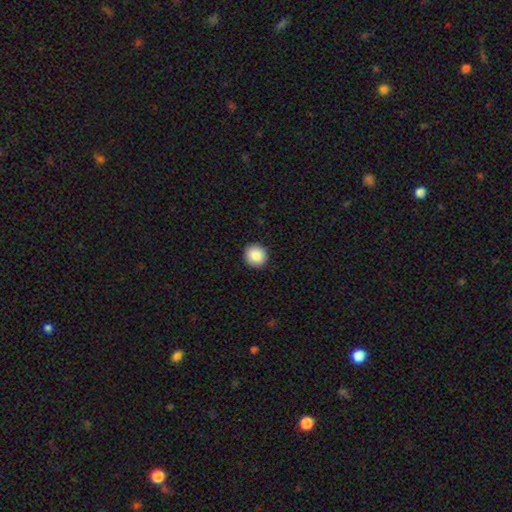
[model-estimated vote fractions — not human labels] This is clearly a smooth galaxy (88%). How rounded: clearly round (86%). Merging: clearly none (92%).